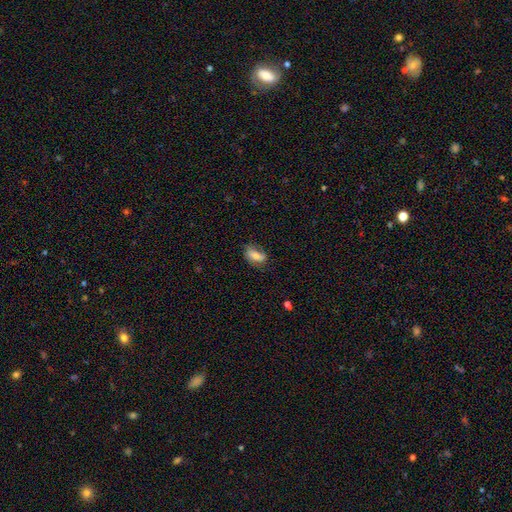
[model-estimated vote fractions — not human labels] smooth_or_featured: smooth (p=0.64) [alt: featured or disk p=0.27]
how_rounded: in between (p=0.86) [alt: round p=0.09]
merging: none (p=0.61) [alt: minor disturbance p=0.27]